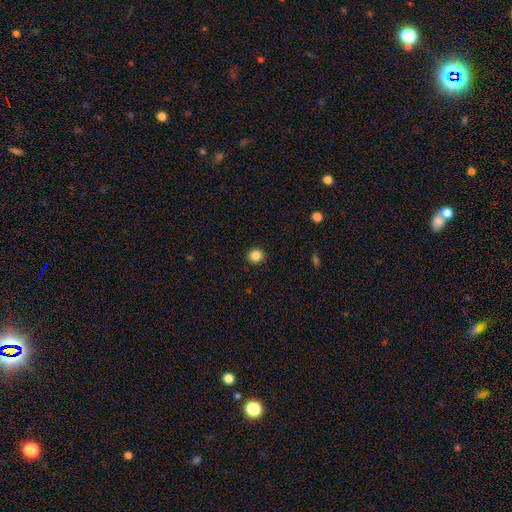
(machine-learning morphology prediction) type=smooth (85%); roundness=round (85%); merging=none (92%).